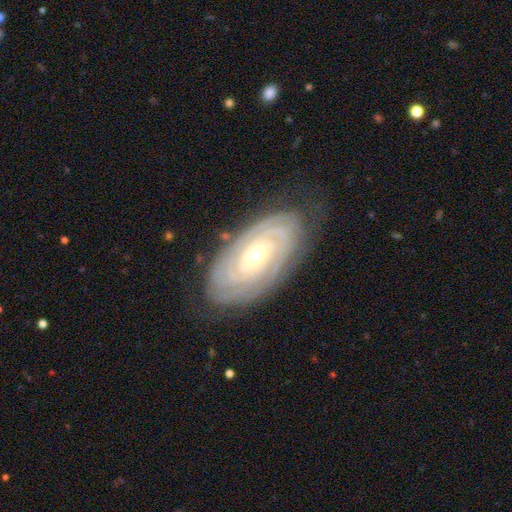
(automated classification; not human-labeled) featured or disk 85%, smooth 10%, star or artifact 5%. Down the decision tree: edge-on disk — no (94%); bar — no (67%); spiral arms — yes (94%); spiral arm count — can't tell (40%); spiral winding — tight (85%); bulge size — small (54%); merging — none (78%).